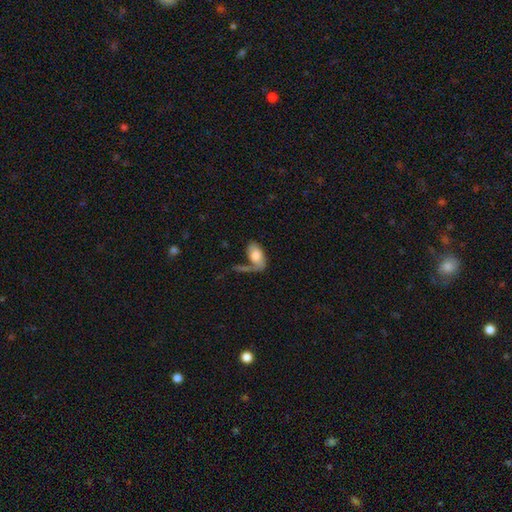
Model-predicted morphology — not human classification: Smooth or featured? Predicted: smooth (p=0.71). How rounded? Predicted: in between (p=0.92). Merging? Predicted: none (p=0.38).